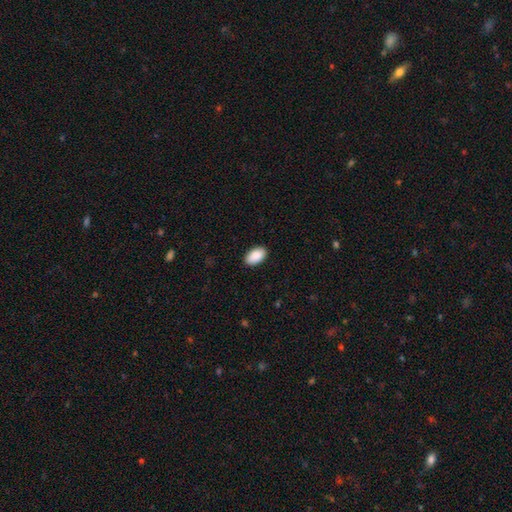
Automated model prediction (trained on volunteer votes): smooth 91%, star or artifact 6%, featured or disk 3%. Down the decision tree: how rounded — in between (95%); merging — none (90%).